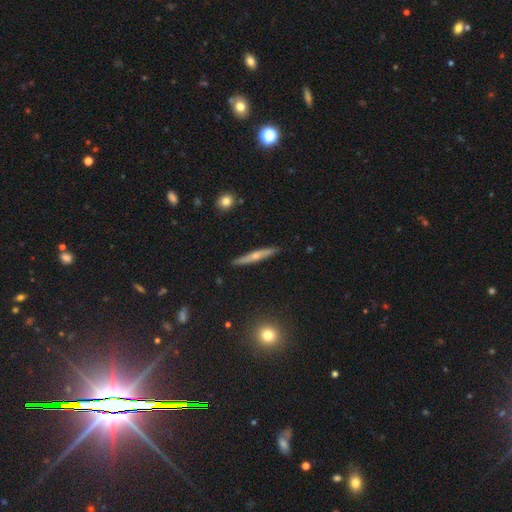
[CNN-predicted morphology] smooth_or_featured: featured or disk (p=0.59) [alt: smooth p=0.34]
disk_edge_on: yes (p=0.94) [alt: no p=0.06]
edge_on_bulge: rounded (p=0.79) [alt: none p=0.18]
merging: none (p=0.89) [alt: minor disturbance p=0.08]